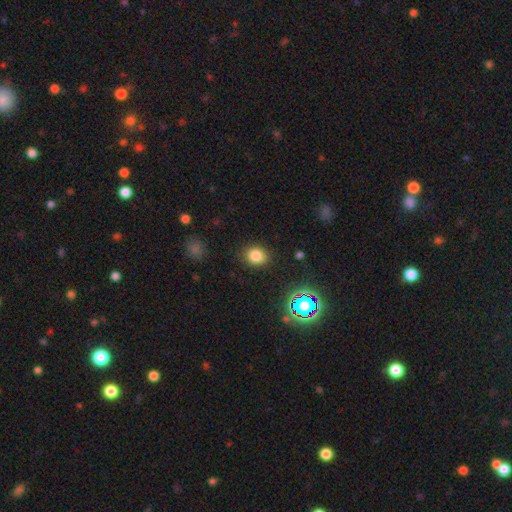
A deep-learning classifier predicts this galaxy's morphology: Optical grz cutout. It shows a smooth galaxy with no disk features (80%) that is round (64%). Merging: none (86%).